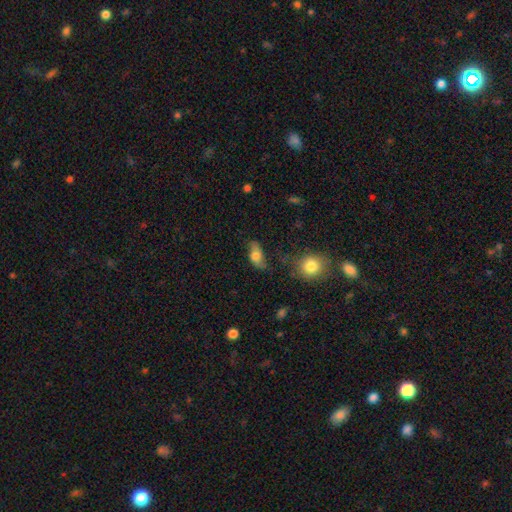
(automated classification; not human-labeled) This is likely a smooth galaxy (66%). How rounded: clearly in between (83%). Merging: likely none (63%).